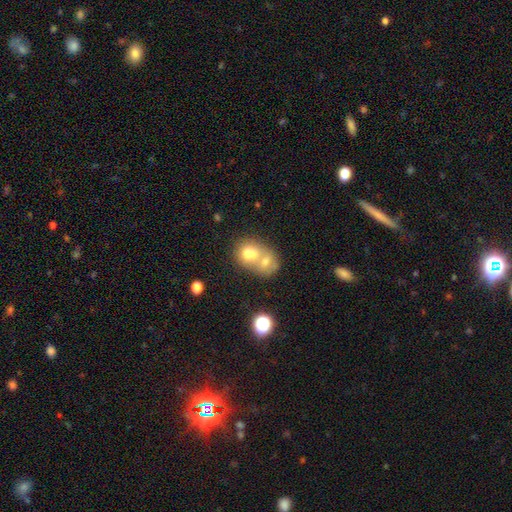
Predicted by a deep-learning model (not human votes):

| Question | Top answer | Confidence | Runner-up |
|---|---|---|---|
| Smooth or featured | smooth | 61% | featured or disk (26%) |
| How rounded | round | 61% | in between (38%) |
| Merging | merger | 70% | none (21%) |